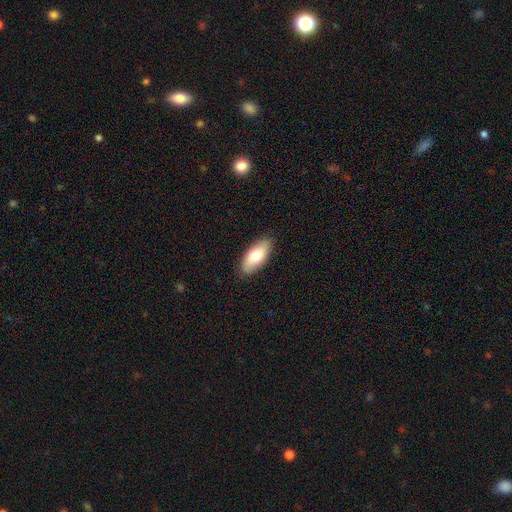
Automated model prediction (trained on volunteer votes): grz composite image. It shows a smooth galaxy with no disk features (72%) that is in between round and cigar-shaped (87%). Merging: none (88%).